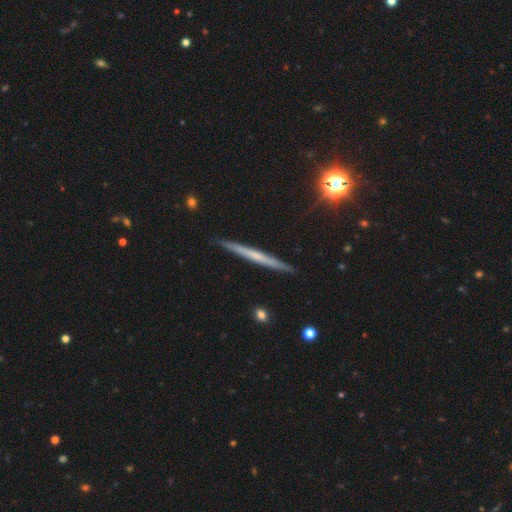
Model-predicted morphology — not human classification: featured or disk 56%, smooth 37%, star or artifact 7%. Down the decision tree: edge-on disk — yes (97%); edge-on bulge — none (77%); merging — none (92%).